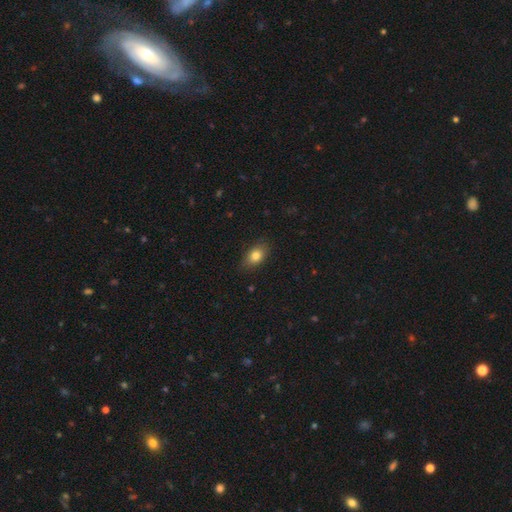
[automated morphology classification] Smooth or featured? smooth (81%)
How rounded? in between (80%)
Merging? none (82%)